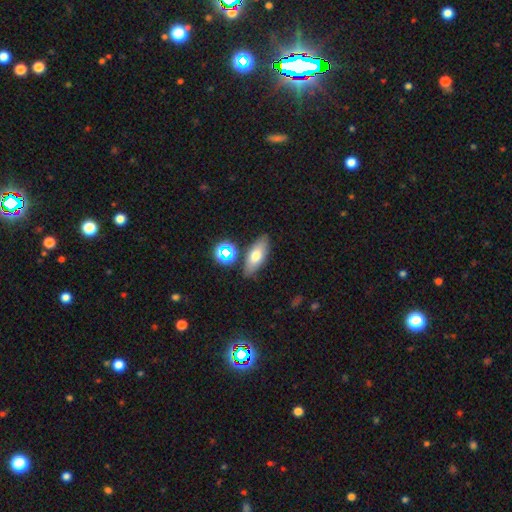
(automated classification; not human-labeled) A smooth galaxy with no disk features (65%) that is in between round and cigar-shaped (75%). Merging: none (79%).